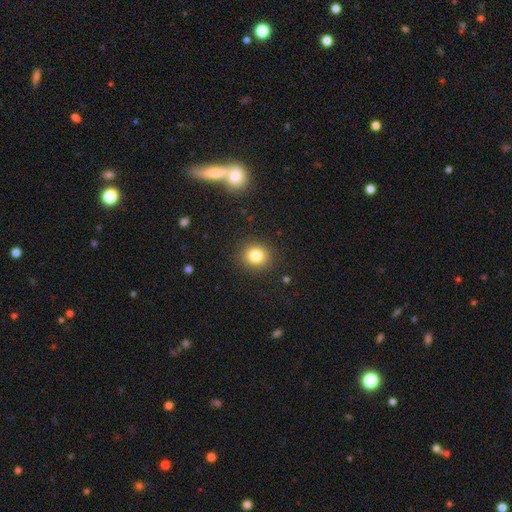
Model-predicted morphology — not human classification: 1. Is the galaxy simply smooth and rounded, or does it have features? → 81% smooth, 12% star or artifact, 7% featured or disk.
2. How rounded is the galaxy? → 82% round, 17% in between, 1% cigar-shaped.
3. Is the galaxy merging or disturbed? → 89% none, 7% minor disturbance, 3% major disturbance, 1% merger.